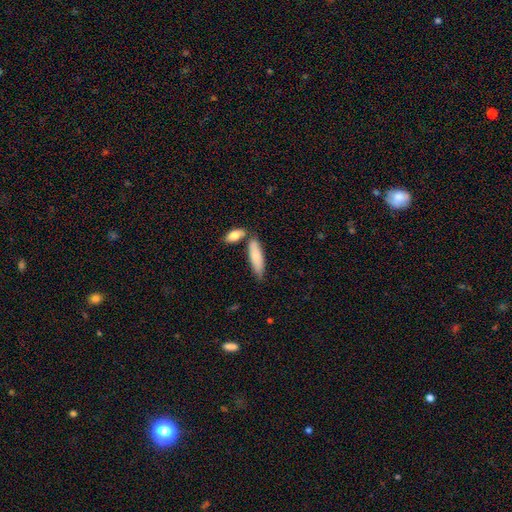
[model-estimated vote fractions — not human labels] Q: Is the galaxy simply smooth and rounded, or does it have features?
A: smooth — 81%.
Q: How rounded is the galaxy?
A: cigar-shaped — 53%.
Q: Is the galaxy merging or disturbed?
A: none — 62%.